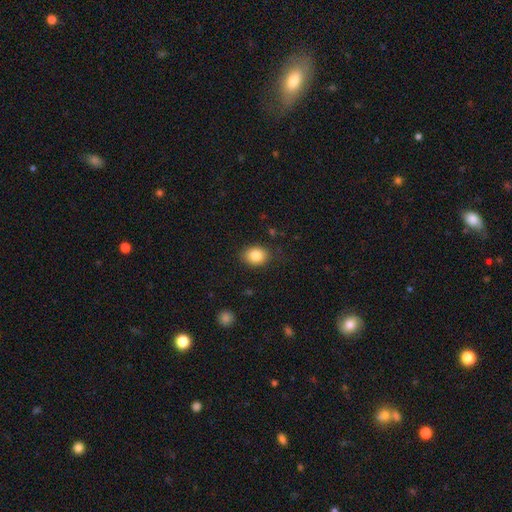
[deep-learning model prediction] smooth-or-featured: smooth: 83% | star or artifact: 9% | featured or disk: 8%
  how-rounded: in between: 52% | round: 47% | cigar-shaped: 1%
  merging: none: 84% | minor disturbance: 12% | major disturbance: 3% | merger: 1%